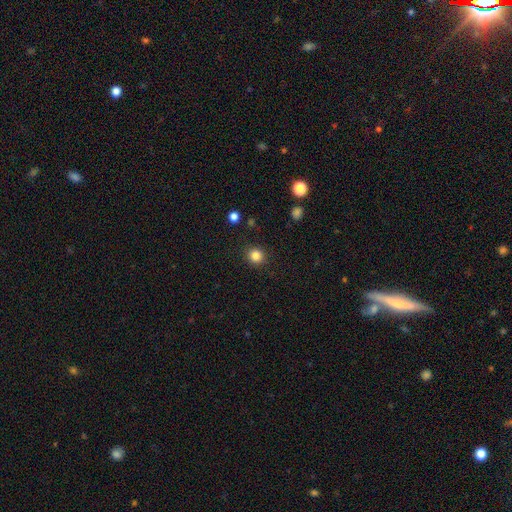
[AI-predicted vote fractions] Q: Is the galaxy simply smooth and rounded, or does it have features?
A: smooth — 84%.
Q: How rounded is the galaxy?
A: round — 90%.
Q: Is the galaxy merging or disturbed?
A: none — 90%.